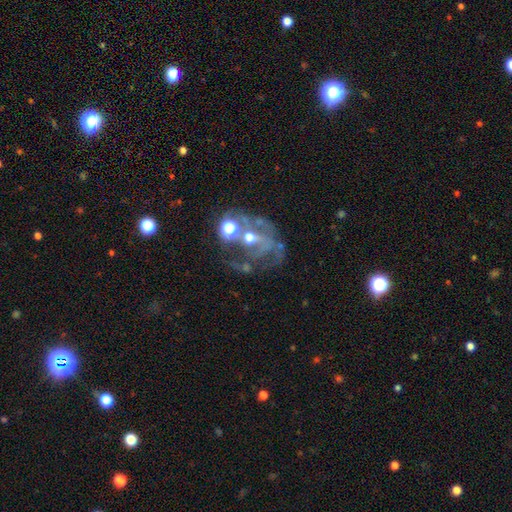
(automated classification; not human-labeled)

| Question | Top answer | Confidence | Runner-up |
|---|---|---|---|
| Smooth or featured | featured or disk | 66% | star or artifact (21%) |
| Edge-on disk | no | 97% | yes (3%) |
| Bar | no | 58% | weak (30%) |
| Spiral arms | yes | 77% | no (23%) |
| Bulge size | small | 58% | moderate (31%) |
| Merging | none | 41% | major disturbance (25%) |